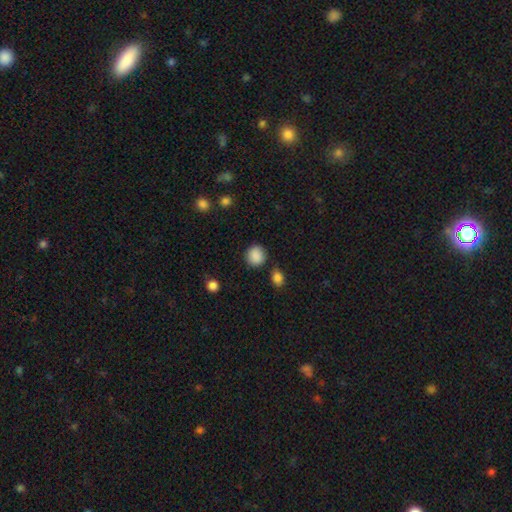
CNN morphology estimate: The model was most divided on "how rounded": round: 86%, in between: 13%, cigar-shaped: 1%. More confident: smooth or featured — smooth (88%); merging — none (85%).